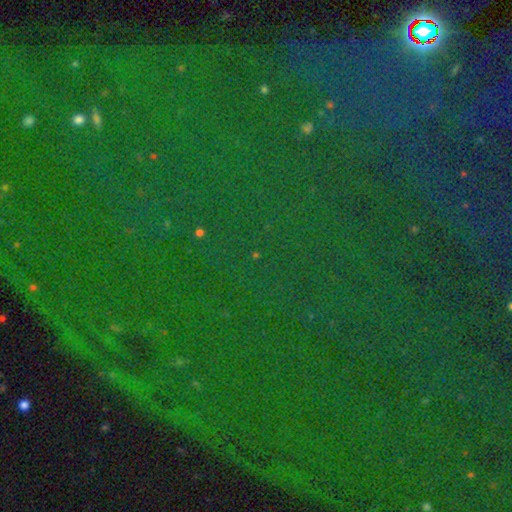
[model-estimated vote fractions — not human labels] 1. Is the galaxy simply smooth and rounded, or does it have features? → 81% star or artifact, 11% smooth, 8% featured or disk.